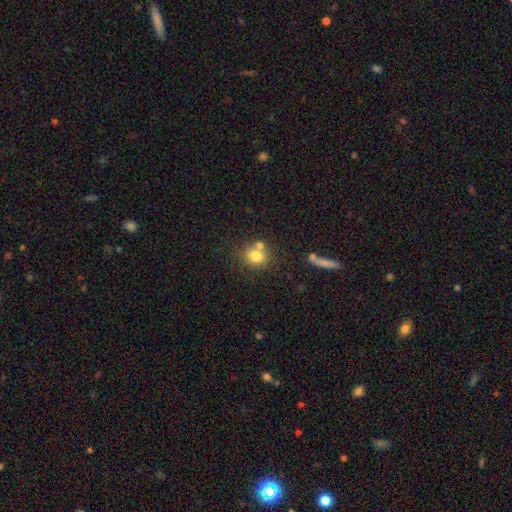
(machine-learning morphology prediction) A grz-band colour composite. It shows a smooth galaxy with no disk features (78%) that is round (68%). Merging: none (58%).